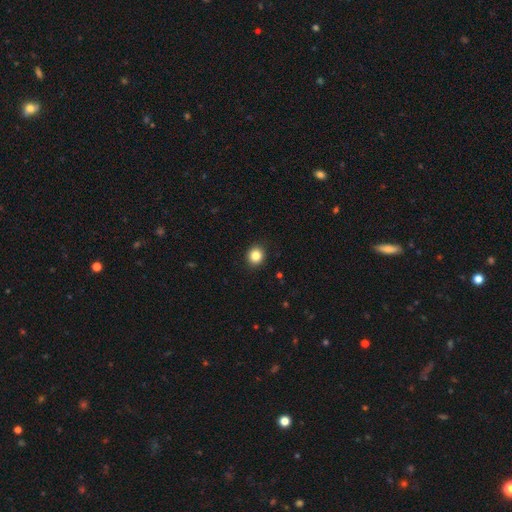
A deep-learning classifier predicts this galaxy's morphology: smooth-or-featured: smooth: 85% | star or artifact: 10% | featured or disk: 5%
  how-rounded: round: 81% | in between: 18% | cigar-shaped: 1%
  merging: none: 92% | minor disturbance: 5% | major disturbance: 2% | merger: 1%